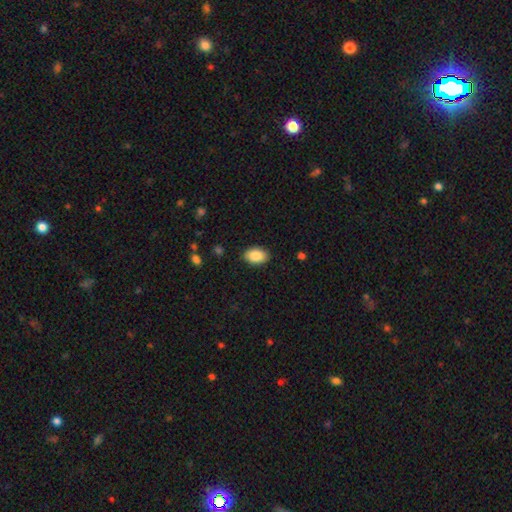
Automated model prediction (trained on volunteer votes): smooth 88%, star or artifact 7%, featured or disk 5%. Down the decision tree: how rounded — in between (89%); merging — none (87%).